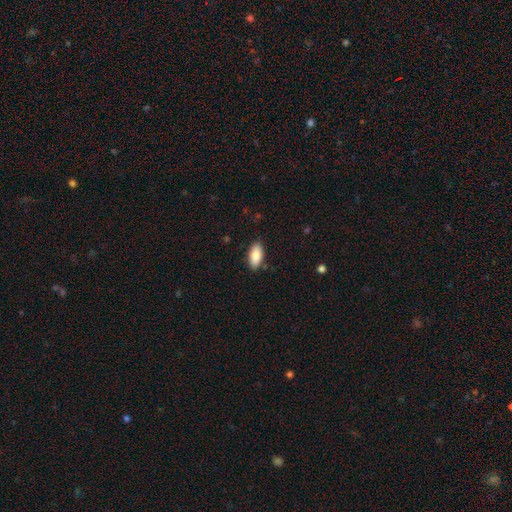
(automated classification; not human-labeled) This is clearly a smooth galaxy (86%). How rounded: clearly in between (91%). Merging: clearly none (86%).